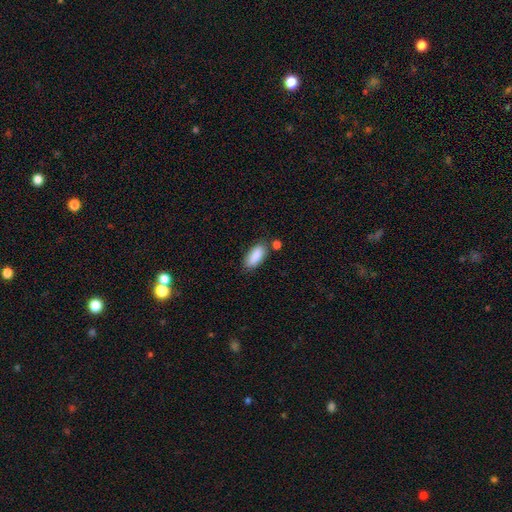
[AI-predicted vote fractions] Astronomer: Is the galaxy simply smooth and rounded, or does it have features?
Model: smooth — 89%.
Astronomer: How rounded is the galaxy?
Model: in between — 84%.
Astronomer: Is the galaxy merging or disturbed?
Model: none — 73%.